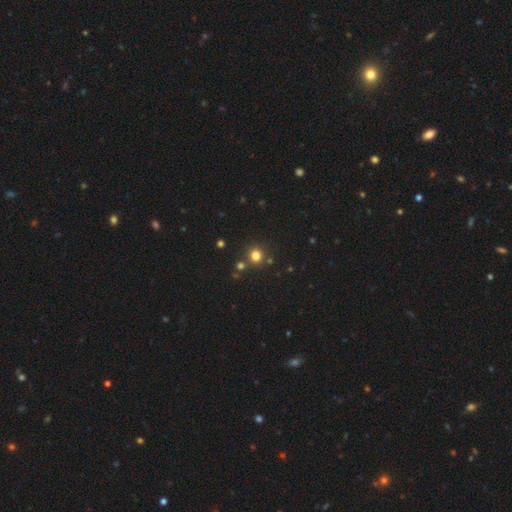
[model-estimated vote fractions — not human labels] smooth-or-featured: smooth: 78% | star or artifact: 17% | featured or disk: 5%
  how-rounded: round: 90% | in between: 9% | cigar-shaped: 1%
  merging: none: 81% | merger: 9% | minor disturbance: 7% | major disturbance: 3%